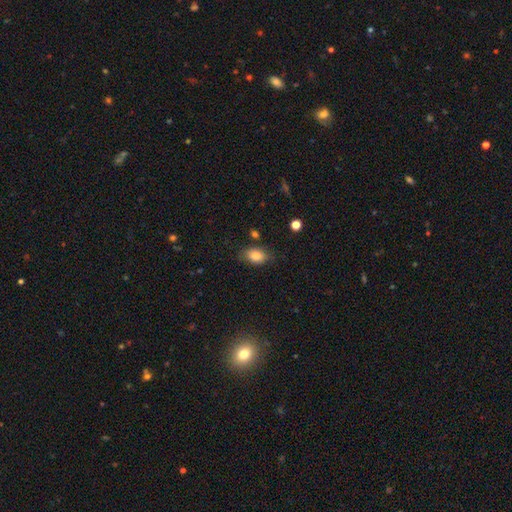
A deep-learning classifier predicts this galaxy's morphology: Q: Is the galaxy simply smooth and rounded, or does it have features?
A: smooth — 82%.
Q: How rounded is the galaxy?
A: in between — 82%.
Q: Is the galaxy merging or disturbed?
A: none — 77%.